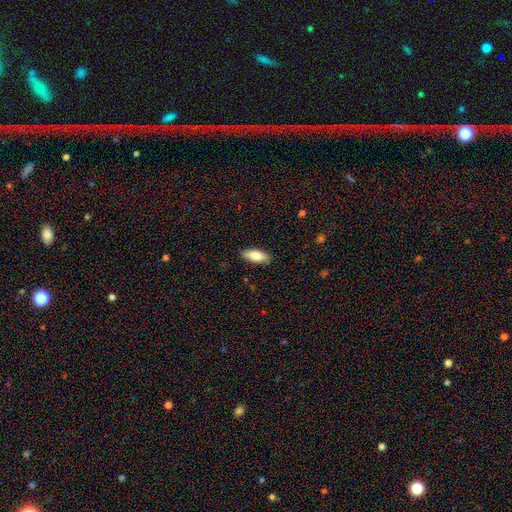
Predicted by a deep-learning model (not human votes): Smooth or featured?
  - smooth: 80% *
  - featured or disk: 14%
  - star or artifact: 6%
How rounded?
  - in between: 77% *
  - cigar-shaped: 21%
  - round: 2%
Merging?
  - none: 88% *
  - minor disturbance: 9%
  - major disturbance: 2%
  - merger: 1%